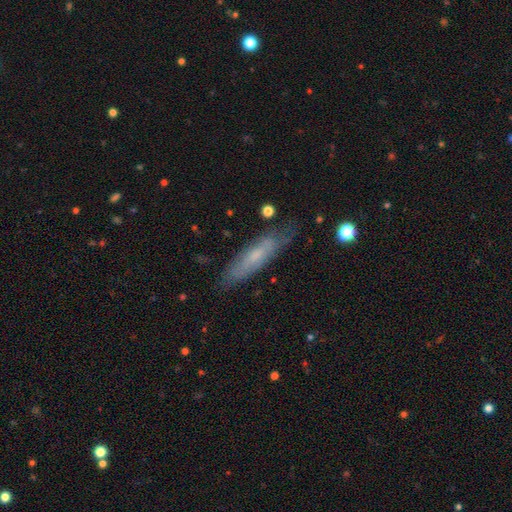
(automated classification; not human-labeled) Q: Smooth or featured?
A: featured or disk (47%); runner-up: smooth (45%)
Q: Merging?
A: none (72%); runner-up: minor disturbance (20%)